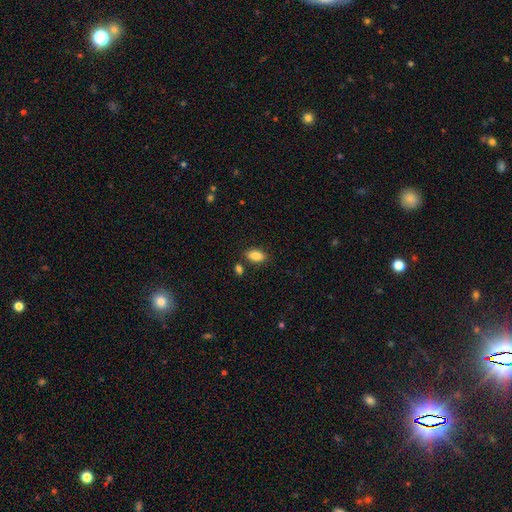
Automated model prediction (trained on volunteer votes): smooth_or_featured: smooth (p=0.85) [alt: featured or disk p=0.08]
how_rounded: in between (p=0.92) [alt: round p=0.04]
merging: none (p=0.82) [alt: minor disturbance p=0.10]